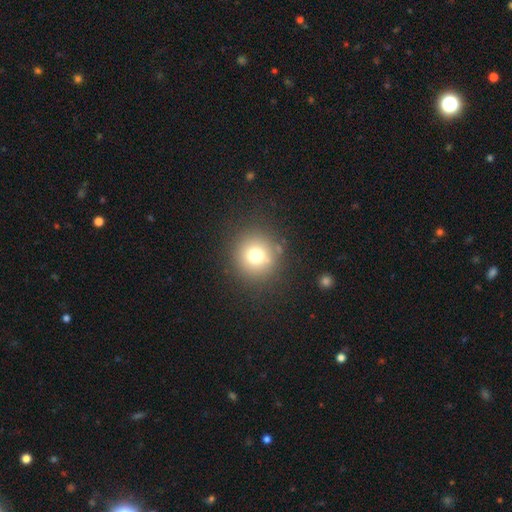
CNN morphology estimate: A smooth galaxy with no disk features (73%) that is round (93%). Merging: none (86%).